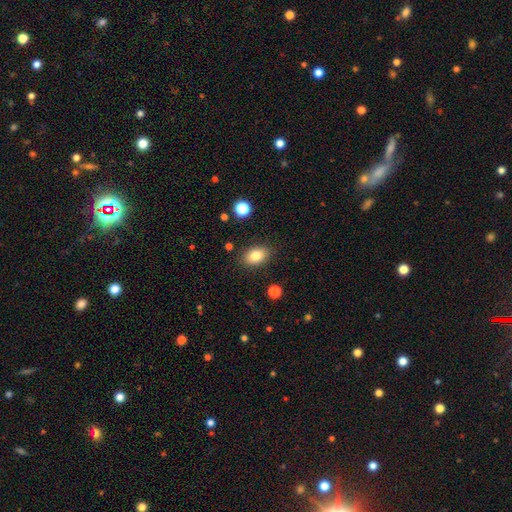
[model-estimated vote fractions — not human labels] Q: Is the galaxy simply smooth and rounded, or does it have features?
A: smooth — 82%.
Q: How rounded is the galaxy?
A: in between — 84%.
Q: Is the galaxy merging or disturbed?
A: none — 86%.